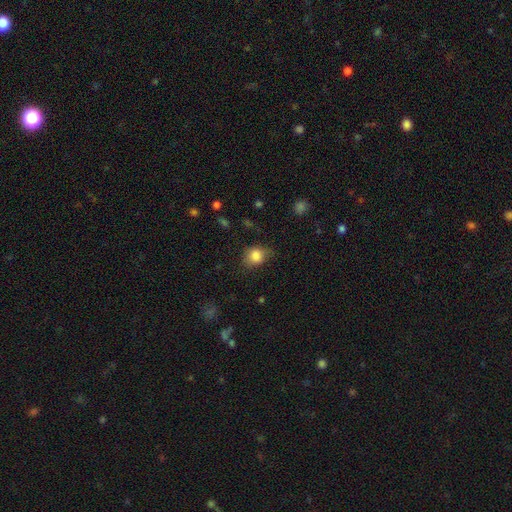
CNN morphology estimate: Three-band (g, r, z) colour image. It shows a smooth galaxy with no disk features (85%) that is round (65%). Merging: none (62%).